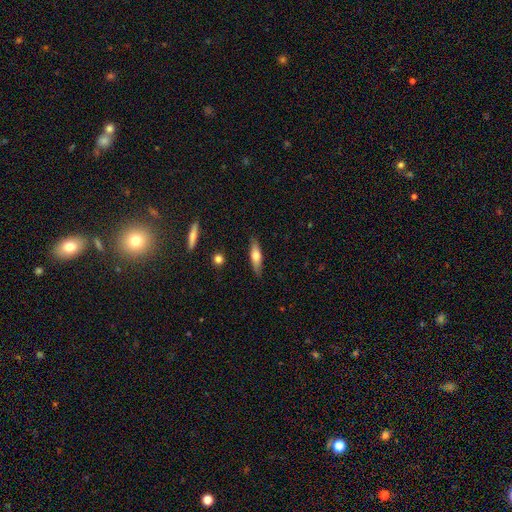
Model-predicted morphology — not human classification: Overall: smooth (60%; featured or disk 33%). How rounded: cigar-shaped (66%; in between 32%). Merging: none (86%).